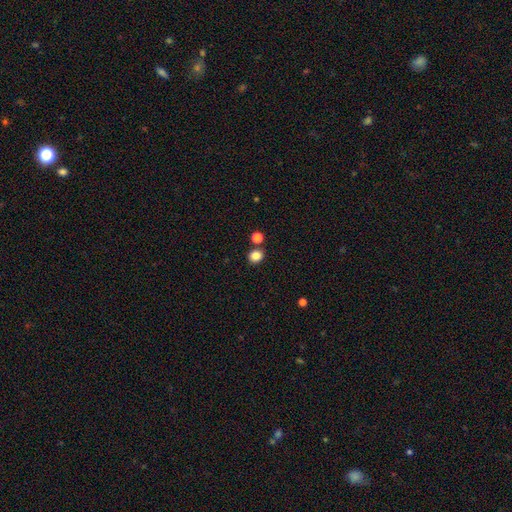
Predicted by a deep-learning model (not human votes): This is clearly a smooth galaxy (83%). How rounded: likely round (73%). Merging: likely none (80%).